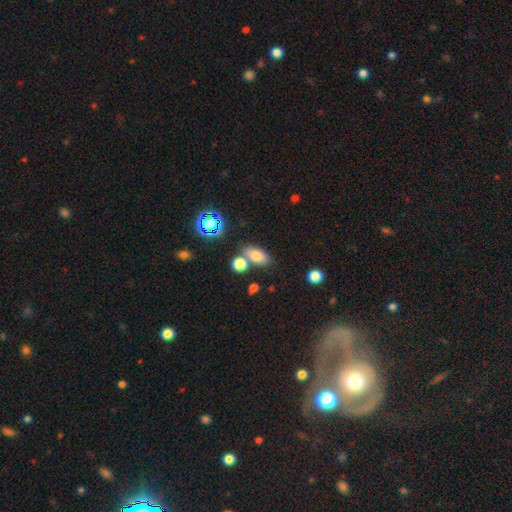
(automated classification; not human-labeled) The model was most divided on "merging": none: 64%, merger: 20%, minor disturbance: 12%, major disturbance: 4%. More confident: how rounded — in between (83%); smooth or featured — smooth (75%).